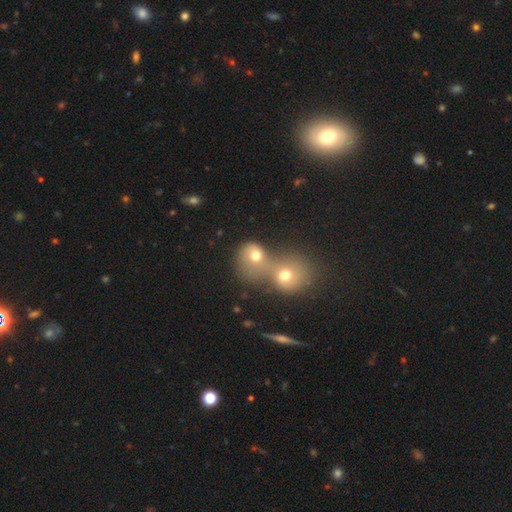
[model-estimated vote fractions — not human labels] A smooth galaxy with no disk features (69%) that is round (75%).

Vote fractions:
- Smooth or featured? smooth: 69% / featured or disk: 17% / star or artifact: 14%
- How rounded? round: 75% / in between: 24% / cigar-shaped: 1%
- Merging? merger: 76% / none: 15% / major disturbance: 5% / minor disturbance: 4%